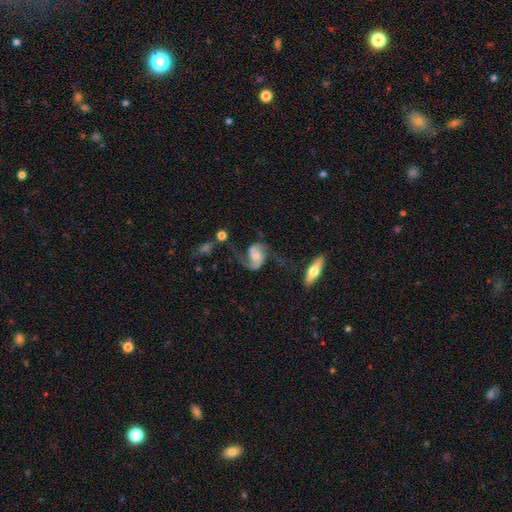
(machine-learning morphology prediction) Q: Smooth or featured?
A: featured or disk (84%); runner-up: smooth (10%)
Q: Edge-on disk?
A: no (97%); runner-up: yes (3%)
Q: Bar?
A: no (59%); runner-up: weak (32%)
Q: Spiral arms?
A: yes (95%); runner-up: no (5%)
Q: Spiral winding?
A: loose (50%); runner-up: medium (39%)
Q: Spiral arm count?
A: 2 (88%); runner-up: 1 (6%)
Q: Bulge size?
A: moderate (49%); runner-up: small (38%)
Q: Merging?
A: none (48%); runner-up: major disturbance (23%)